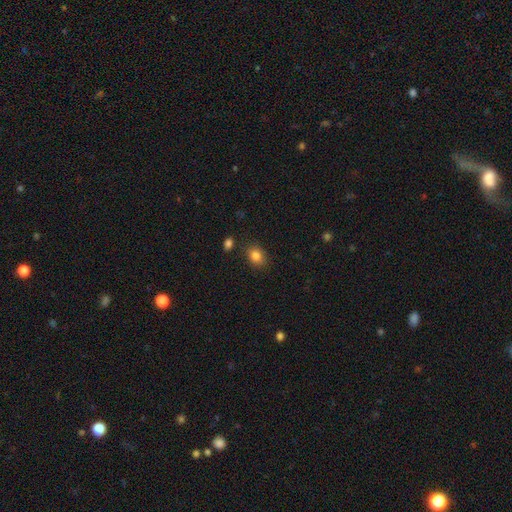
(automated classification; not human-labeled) smooth-or-featured: smooth: 84% | star or artifact: 10% | featured or disk: 6%
  how-rounded: in between: 59% | round: 40% | cigar-shaped: 1%
  merging: none: 84% | minor disturbance: 10% | merger: 3% | major disturbance: 2%